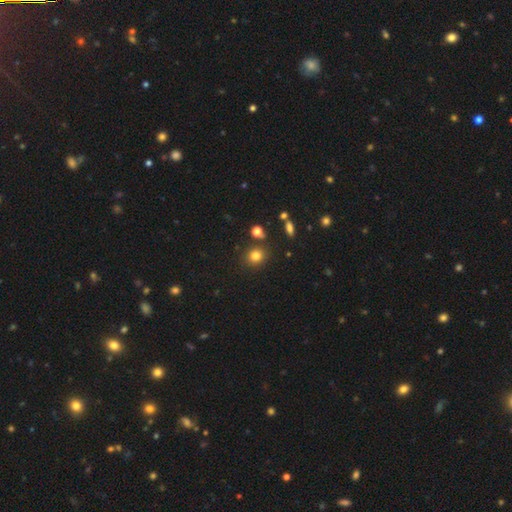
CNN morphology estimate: The model was most divided on "how rounded": round: 80%, in between: 19%, cigar-shaped: 1%. More confident: merging — none (82%); smooth or featured — smooth (81%).